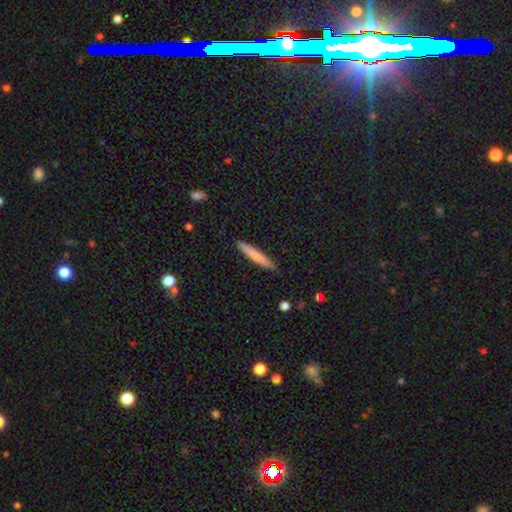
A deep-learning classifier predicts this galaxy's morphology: Q: Smooth or featured?
A: smooth (72%); runner-up: featured or disk (22%)
Q: How rounded?
A: cigar-shaped (95%); runner-up: in between (4%)
Q: Merging?
A: none (90%); runner-up: minor disturbance (8%)